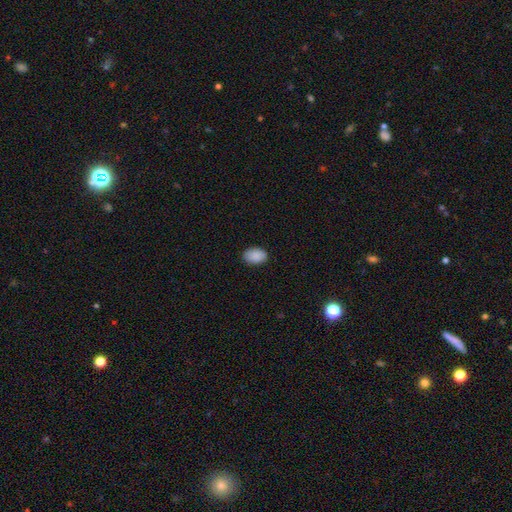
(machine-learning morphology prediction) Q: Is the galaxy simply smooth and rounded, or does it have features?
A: smooth — 90%.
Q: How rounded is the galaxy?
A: in between — 86%.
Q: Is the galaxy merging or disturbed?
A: none — 86%.